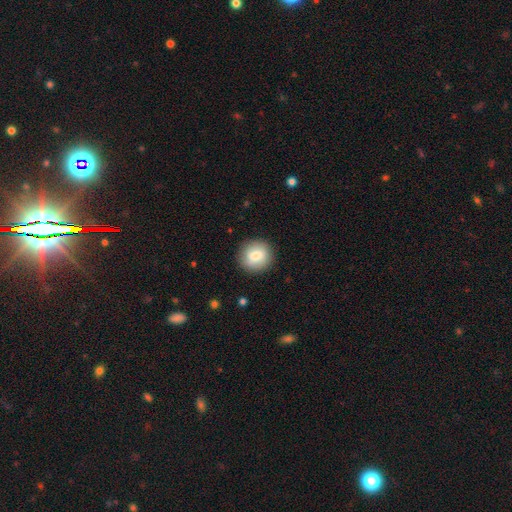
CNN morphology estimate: smooth 79%, featured or disk 14%, star or artifact 8%. Down the decision tree: how rounded — round (86%); merging — none (89%).